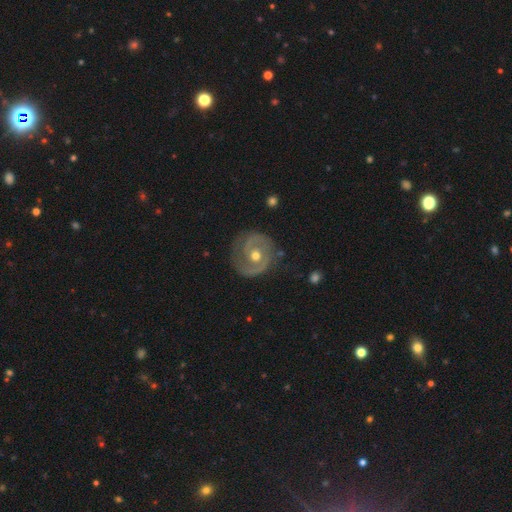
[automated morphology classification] Overall: featured or disk (83%). Edge-on disk: no (97%). Bar: no (69%). Spiral arms: yes (91%). Spiral arm count: 2 (69%). Spiral winding: tight (51%; medium 37%). Bulge size: moderate (76%). Merging: none (74%).